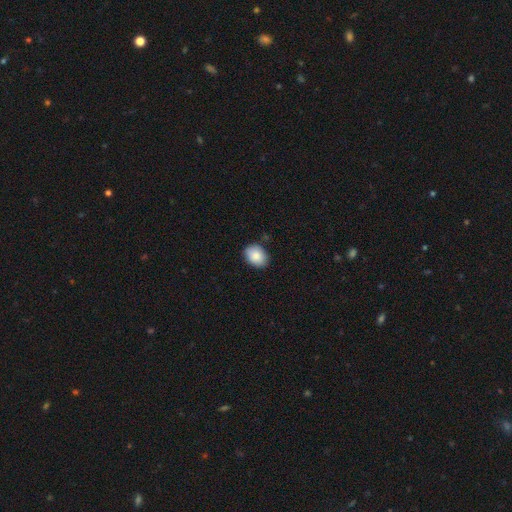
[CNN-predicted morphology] This appears to be a smooth galaxy with no disk features (86%) that is in between round and cigar-shaped (70%). Merging: none (83%).